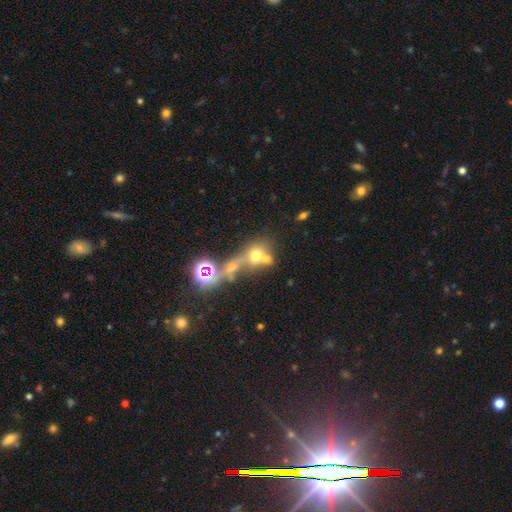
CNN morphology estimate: Smooth or featured: smooth — 51% (star or artifact — 26%)
How rounded: round — 62% (in between — 34%)
Merging: merger — 58% (none — 25%)